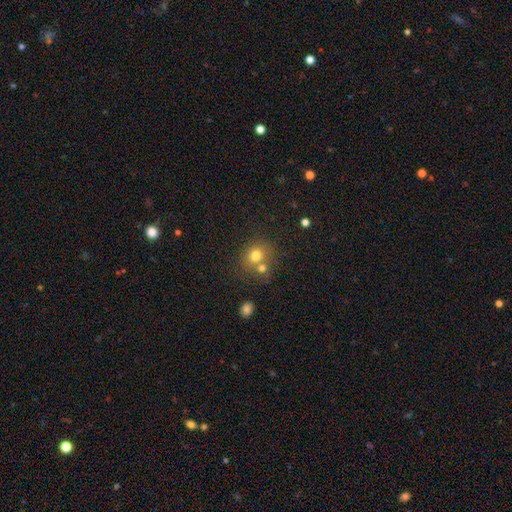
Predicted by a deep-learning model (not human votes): Smooth or featured: smooth — 75% (star or artifact — 14%)
How rounded: round — 78% (in between — 21%)
Merging: none — 54% (merger — 33%)